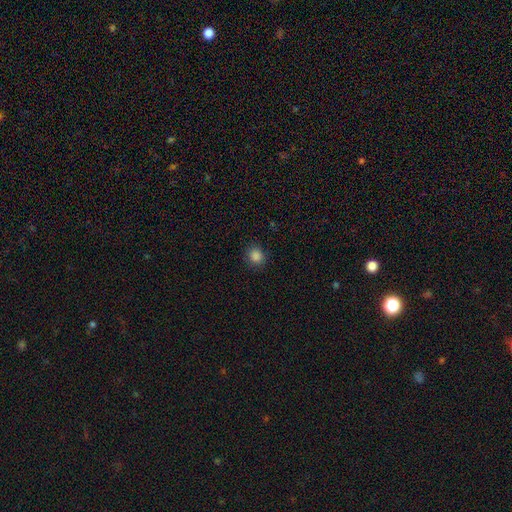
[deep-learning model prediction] This appears to be a smooth galaxy with no disk features (85%) that is round (81%). Merging: none (89%).